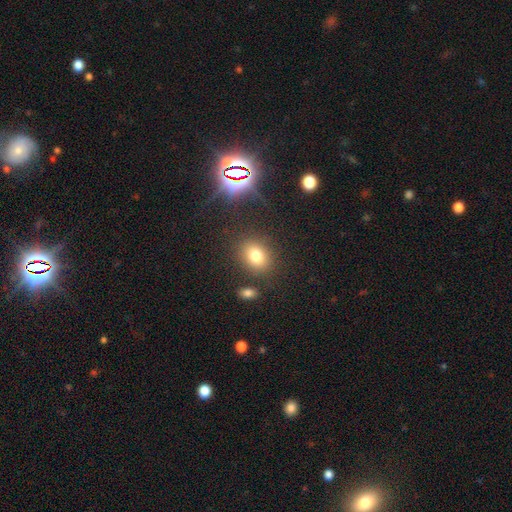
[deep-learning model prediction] This appears to be a smooth galaxy with no disk features (76%) that is round (53%). Merging: none (81%).